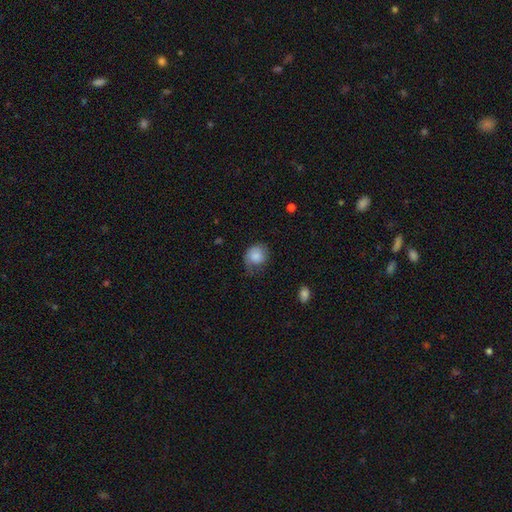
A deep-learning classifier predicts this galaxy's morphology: This is likely a smooth galaxy (75%). How rounded: likely round (67%). Merging: marginally none (42%).